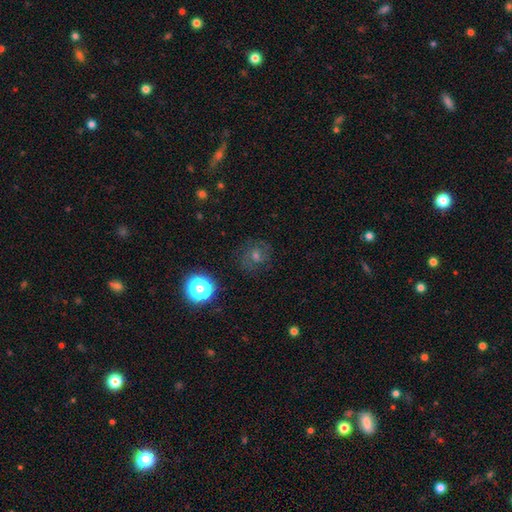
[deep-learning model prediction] Smooth or featured? smooth (38%)
Merging? none (80%)